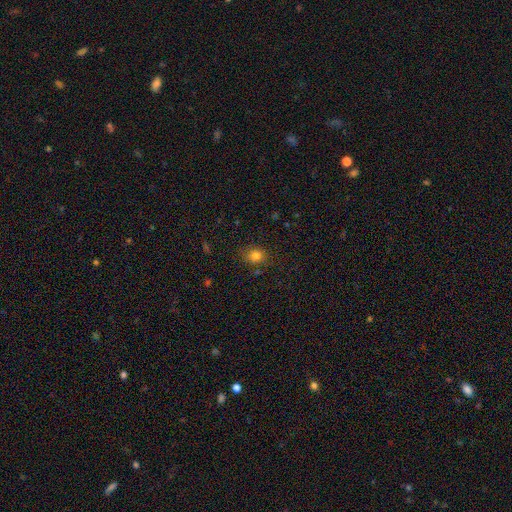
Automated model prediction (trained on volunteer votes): A smooth galaxy with no disk features (78%) that is round (65%). Merging: none (82%).